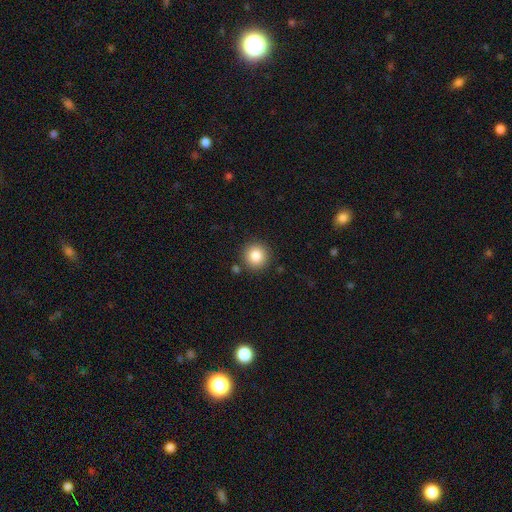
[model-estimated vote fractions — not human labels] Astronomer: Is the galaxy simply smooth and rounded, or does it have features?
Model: smooth — 84%.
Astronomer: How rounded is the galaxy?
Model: round — 95%.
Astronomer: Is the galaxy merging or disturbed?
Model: none — 87%.